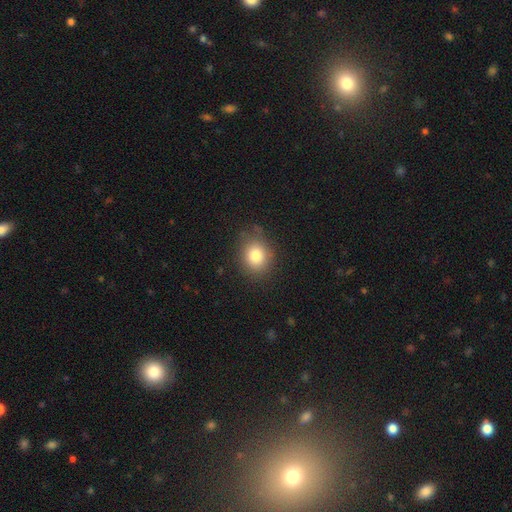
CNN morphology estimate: A smooth galaxy with no disk features (81%) that is round (66%).

Vote fractions:
- Smooth or featured? smooth: 81% / star or artifact: 11% / featured or disk: 9%
- How rounded? round: 66% / in between: 33% / cigar-shaped: 1%
- Merging? none: 80% / minor disturbance: 14% / major disturbance: 4% / merger: 2%